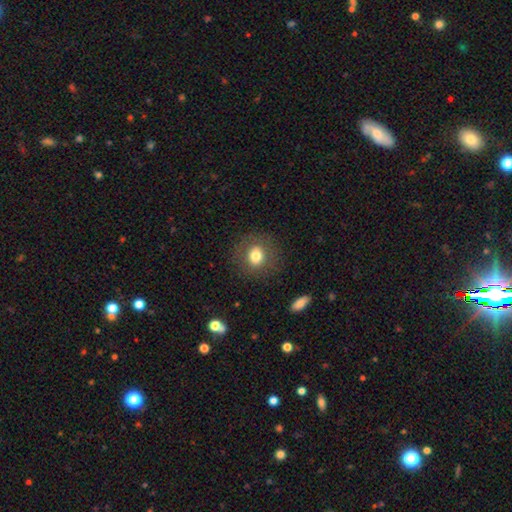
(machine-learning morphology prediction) type=smooth (77%); roundness=round (79%); merging=none (85%).